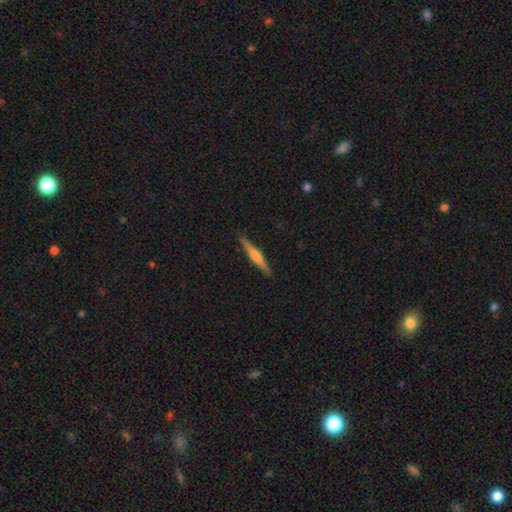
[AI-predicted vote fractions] Smooth or featured? featured or disk (65%)
Edge-on disk? yes (98%)
Edge-on bulge? rounded (82%)
Merging? none (91%)